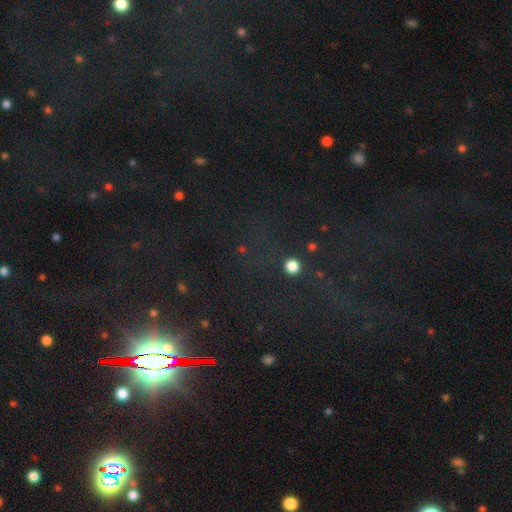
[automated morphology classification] type=star or artifact (78%).